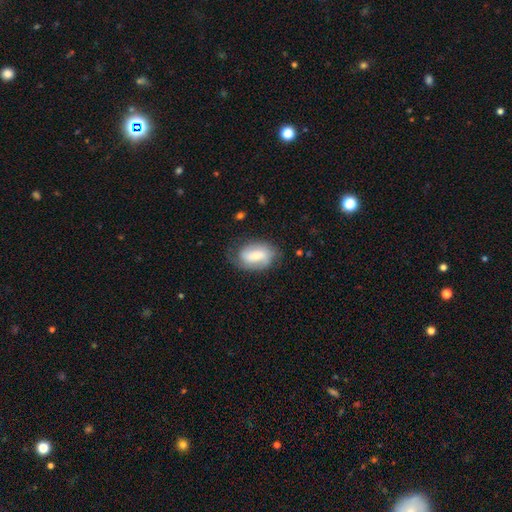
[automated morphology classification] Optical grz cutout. It shows a smooth galaxy with no disk features (48%). Merging: none (67%).